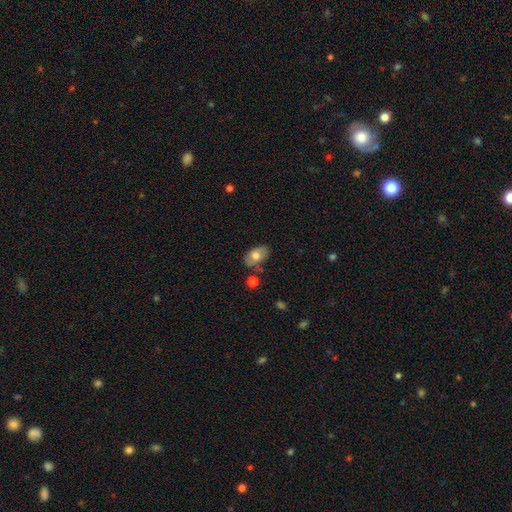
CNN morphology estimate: A smooth galaxy with no disk features (70%) that is in between round and cigar-shaped (90%). Merging: none (73%).